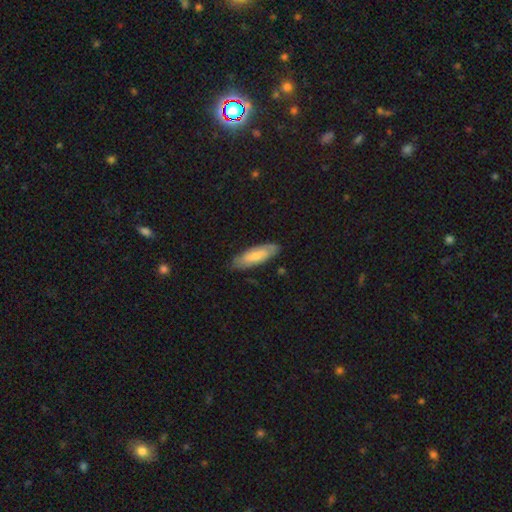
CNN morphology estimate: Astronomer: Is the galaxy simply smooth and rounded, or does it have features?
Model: smooth — 55% (runner-up: featured or disk, 39%).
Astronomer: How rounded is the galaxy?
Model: in between — 61% (runner-up: cigar-shaped, 37%).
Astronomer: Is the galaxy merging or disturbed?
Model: none — 78%.